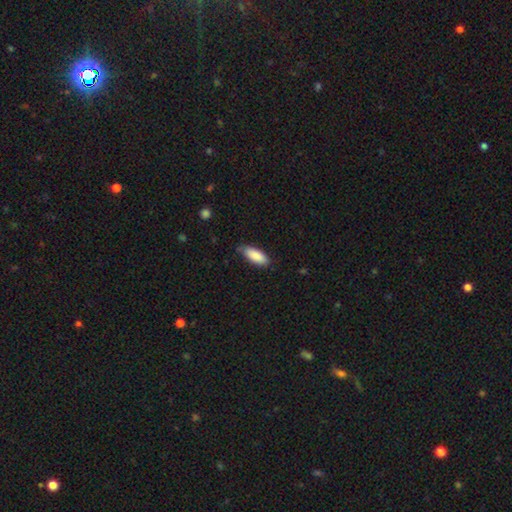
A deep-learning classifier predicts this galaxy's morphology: Smooth or featured?
  - smooth: 88% *
  - featured or disk: 6%
  - star or artifact: 6%
How rounded?
  - in between: 79% *
  - cigar-shaped: 19%
  - round: 2%
Merging?
  - none: 74% *
  - minor disturbance: 21%
  - major disturbance: 3%
  - merger: 1%